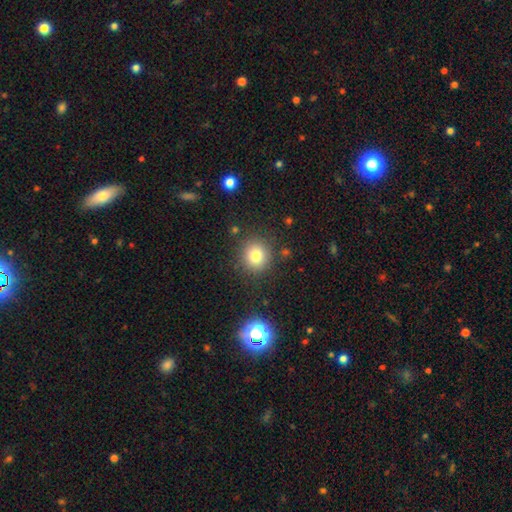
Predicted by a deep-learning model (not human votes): Smooth or featured? Predicted: smooth (p=0.78). How rounded? Predicted: round (p=0.88). Merging? Predicted: none (p=0.86).